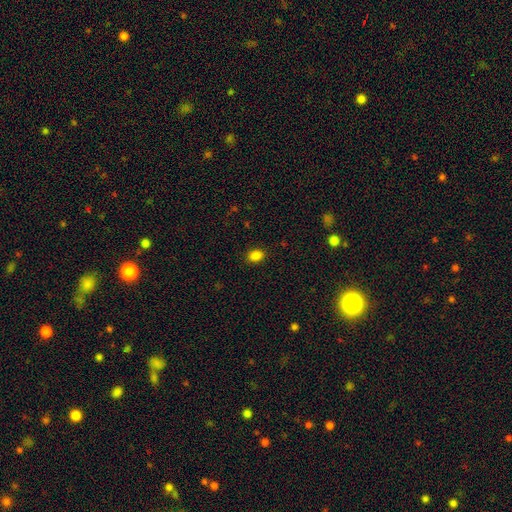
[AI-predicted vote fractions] smooth-or-featured: smooth: 85% | star or artifact: 11% | featured or disk: 3%
  how-rounded: in between: 69% | round: 30% | cigar-shaped: 1%
  merging: none: 88% | minor disturbance: 8% | major disturbance: 2% | merger: 1%